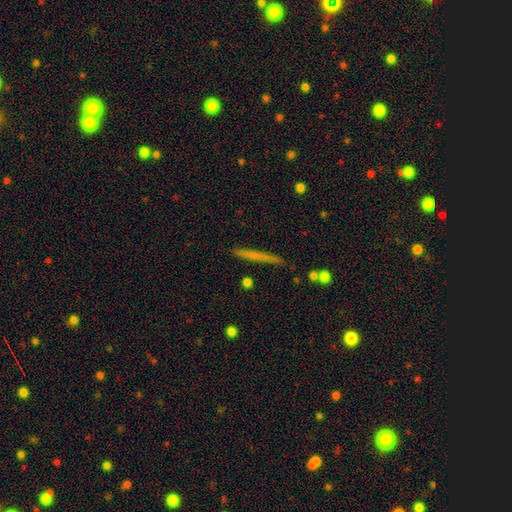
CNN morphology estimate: Smooth or featured? smooth (55%)
How rounded? cigar-shaped (95%)
Merging? none (88%)